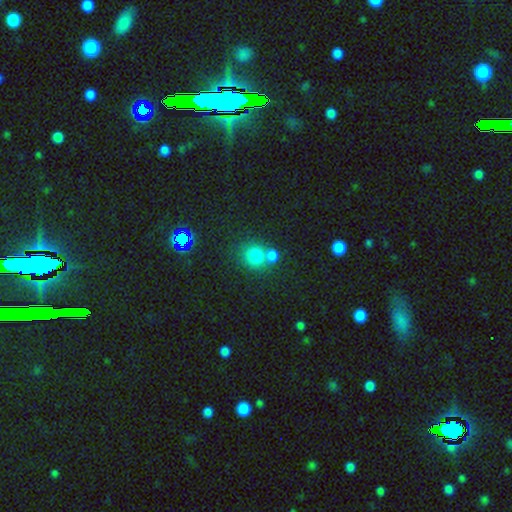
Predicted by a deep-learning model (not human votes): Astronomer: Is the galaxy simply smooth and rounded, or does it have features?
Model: smooth — 76%.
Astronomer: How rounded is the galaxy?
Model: round — 82%.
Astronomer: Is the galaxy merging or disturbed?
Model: none — 46% (runner-up: merger, 42%).